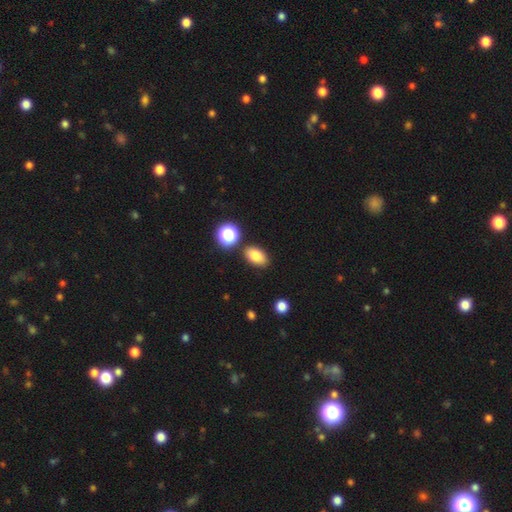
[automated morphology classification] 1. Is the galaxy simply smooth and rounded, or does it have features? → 83% smooth, 11% star or artifact, 6% featured or disk.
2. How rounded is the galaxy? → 88% in between, 11% round, 1% cigar-shaped.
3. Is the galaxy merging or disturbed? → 82% none, 11% minor disturbance, 5% merger, 3% major disturbance.